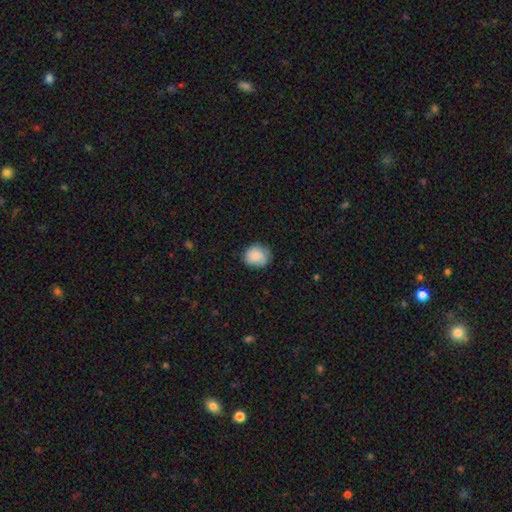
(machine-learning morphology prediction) smooth-or-featured: smooth: 85% | featured or disk: 8% | star or artifact: 7%
  how-rounded: round: 74% | in between: 25% | cigar-shaped: 1%
  merging: none: 72% | minor disturbance: 22% | major disturbance: 4% | merger: 1%